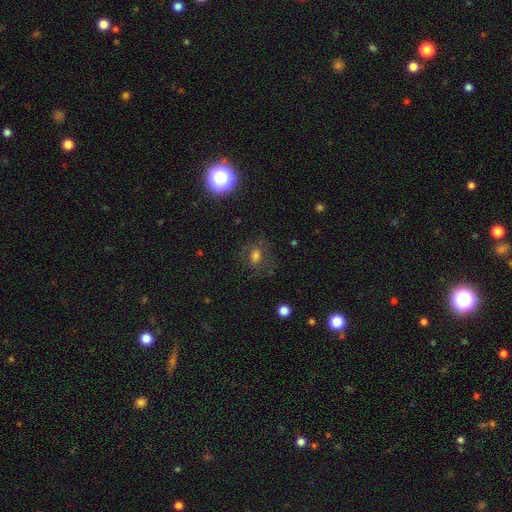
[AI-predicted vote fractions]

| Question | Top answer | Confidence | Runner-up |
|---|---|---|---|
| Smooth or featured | smooth | 55% | featured or disk (28%) |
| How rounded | in between | 53% | round (45%) |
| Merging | none | 66% | minor disturbance (18%) |